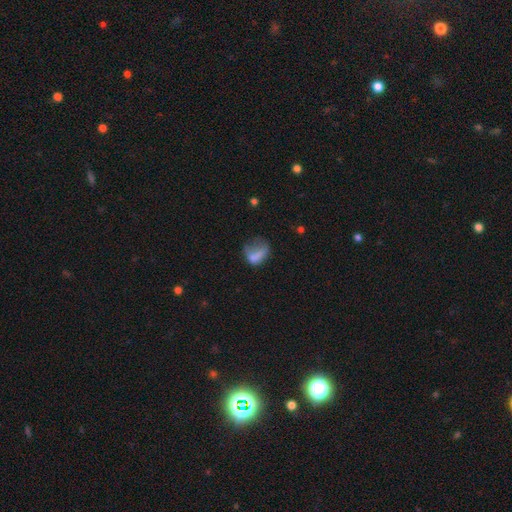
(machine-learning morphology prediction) smooth 66%, featured or disk 23%, star or artifact 12%. Down the decision tree: how rounded — in between (68%); merging — major disturbance (46%).